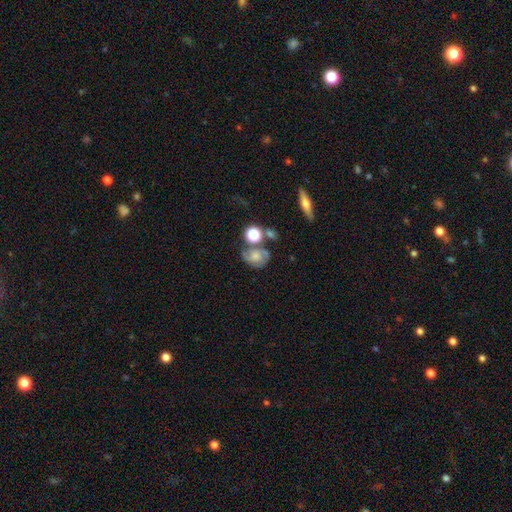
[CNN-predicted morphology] Smooth or featured?
  - featured or disk: 55% *
  - smooth: 34%
  - star or artifact: 11%
Edge-on disk?
  - no: 96% *
  - yes: 4%
Bar?
  - no: 74% *
  - weak: 22%
  - strong: 4%
Spiral arms?
  - yes: 83% *
  - no: 17%
Bulge size?
  - moderate: 35% *
  - small: 29%
  - none: 18%
  - large: 15%
  - dominant: 3%
Merging?
  - none: 48% *
  - merger: 21%
  - minor disturbance: 20%
  - major disturbance: 12%